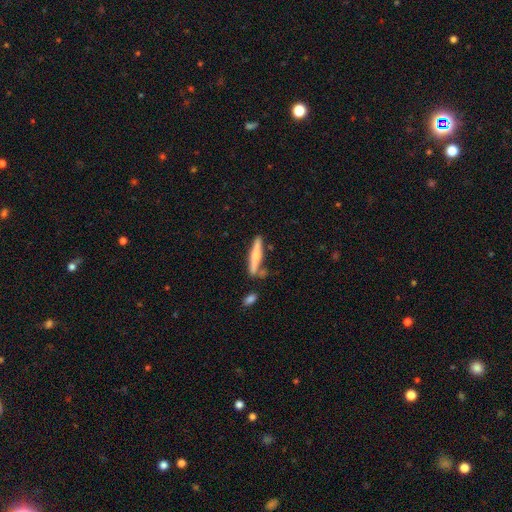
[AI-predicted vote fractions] smooth-or-featured: smooth: 54% | featured or disk: 40% | star or artifact: 5%
  how-rounded: cigar-shaped: 90% | in between: 8% | round: 2%
  merging: none: 73% | minor disturbance: 14% | merger: 10% | major disturbance: 3%